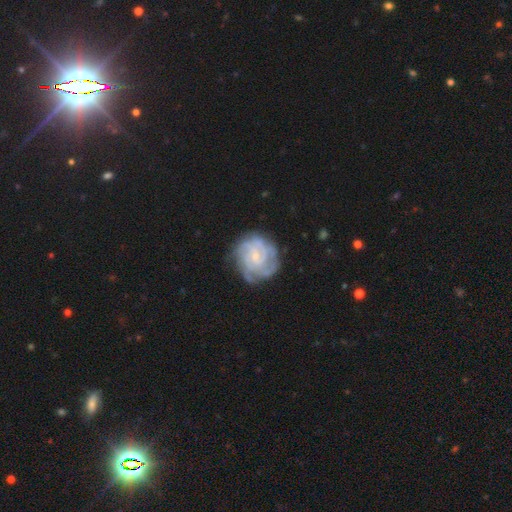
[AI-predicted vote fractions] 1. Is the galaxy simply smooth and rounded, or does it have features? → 80% featured or disk, 14% smooth, 6% star or artifact.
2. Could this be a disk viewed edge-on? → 98% no, 2% yes.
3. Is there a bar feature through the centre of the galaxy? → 55% no, 38% weak, 7% strong.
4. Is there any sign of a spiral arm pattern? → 93% yes, 7% no.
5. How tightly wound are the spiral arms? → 70% tight, 24% medium, 5% loose.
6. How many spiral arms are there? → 37% can't tell, 20% 3, 16% 4, 15% 2, 6% more than 4, 5% 1.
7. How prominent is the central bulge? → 66% small, 21% moderate, 11% none, 1% large, 1% dominant.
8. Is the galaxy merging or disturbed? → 72% none, 18% minor disturbance, 8% major disturbance, 2% merger.